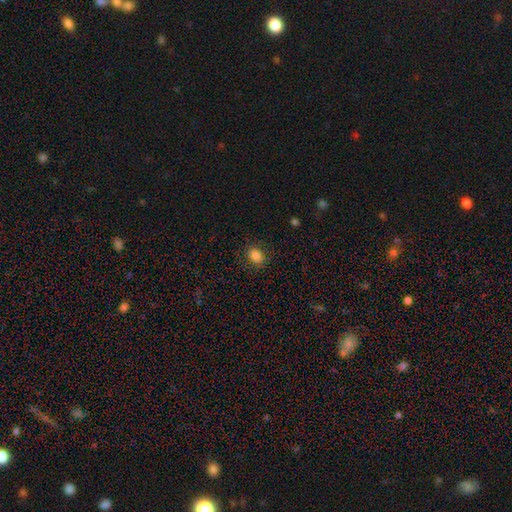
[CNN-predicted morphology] Smooth or featured?
  - smooth: 83% *
  - star or artifact: 11%
  - featured or disk: 6%
How rounded?
  - round: 52% *
  - in between: 47%
  - cigar-shaped: 1%
Merging?
  - none: 87% *
  - minor disturbance: 9%
  - major disturbance: 3%
  - merger: 1%